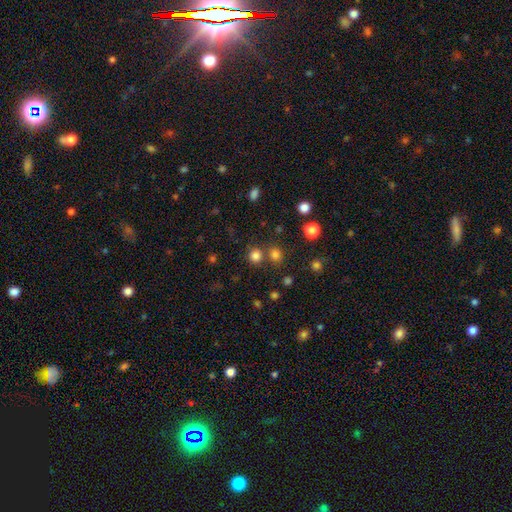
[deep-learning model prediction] A smooth galaxy with no disk features (79%) that is round (90%).

Vote fractions:
- Smooth or featured? smooth: 79% / star or artifact: 16% / featured or disk: 5%
- How rounded? round: 90% / in between: 9% / cigar-shaped: 1%
- Merging? none: 73% / merger: 17% / minor disturbance: 7% / major disturbance: 3%